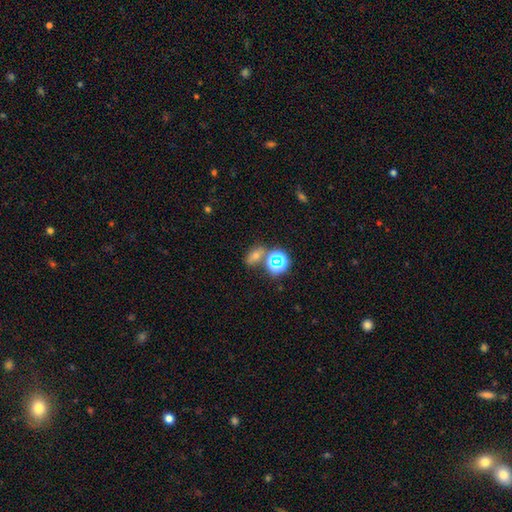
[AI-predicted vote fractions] This is marginally a star or artifact rather than a galaxy (42%).